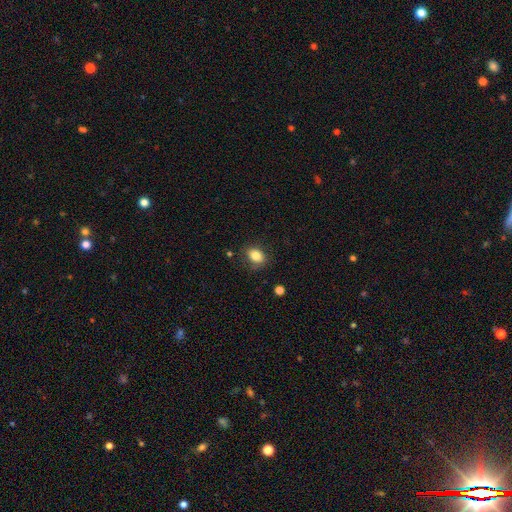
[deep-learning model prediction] Smooth or featured? smooth (83%)
How rounded? in between (71%)
Merging? none (79%)